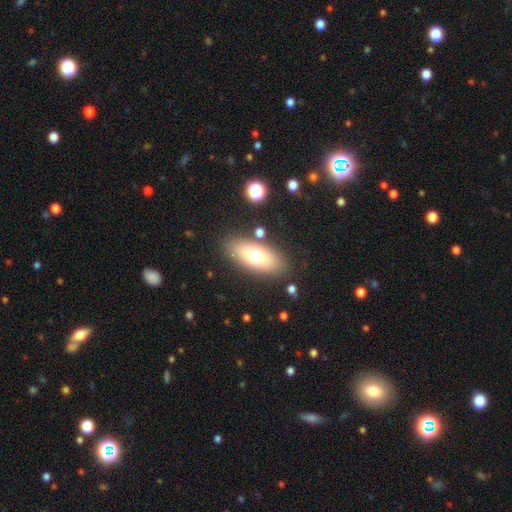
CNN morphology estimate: This appears to be a smooth galaxy with no disk features (69%) that is in between round and cigar-shaped (83%). Merging: none (82%).